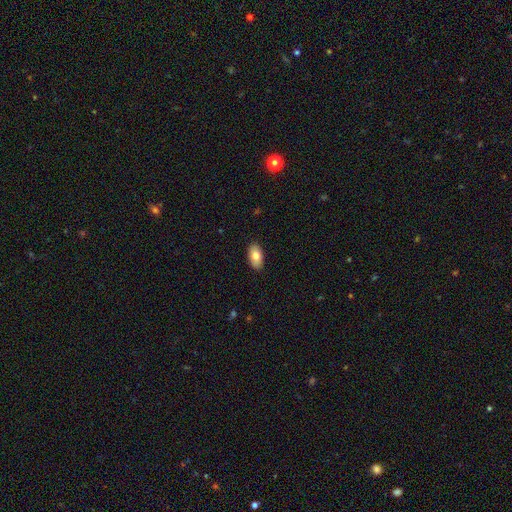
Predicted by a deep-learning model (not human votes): Q: Smooth or featured?
A: smooth (80%); runner-up: featured or disk (13%)
Q: How rounded?
A: in between (94%); runner-up: round (3%)
Q: Merging?
A: none (89%); runner-up: minor disturbance (8%)